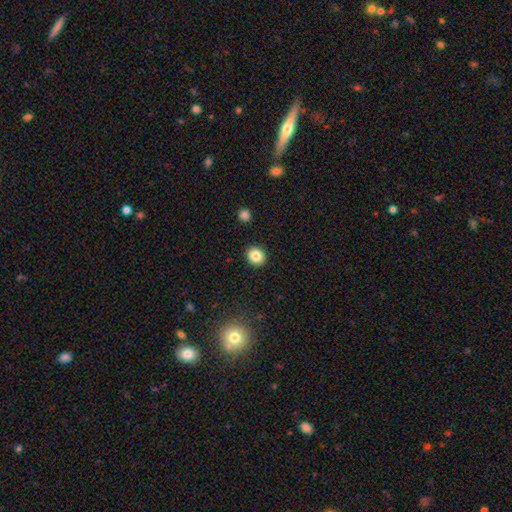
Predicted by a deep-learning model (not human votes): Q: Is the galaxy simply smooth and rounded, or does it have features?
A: smooth — 85%.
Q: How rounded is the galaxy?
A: round — 68%.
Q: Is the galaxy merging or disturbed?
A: none — 91%.